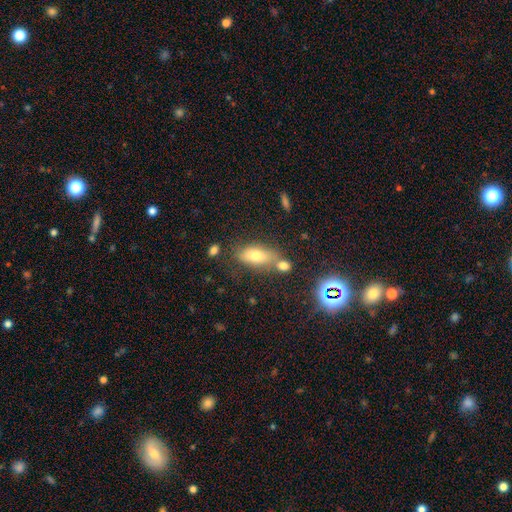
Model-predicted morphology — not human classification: Q: Smooth or featured?
A: smooth (63%); runner-up: featured or disk (19%)
Q: How rounded?
A: in between (74%); runner-up: cigar-shaped (20%)
Q: Merging?
A: none (68%); runner-up: minor disturbance (15%)